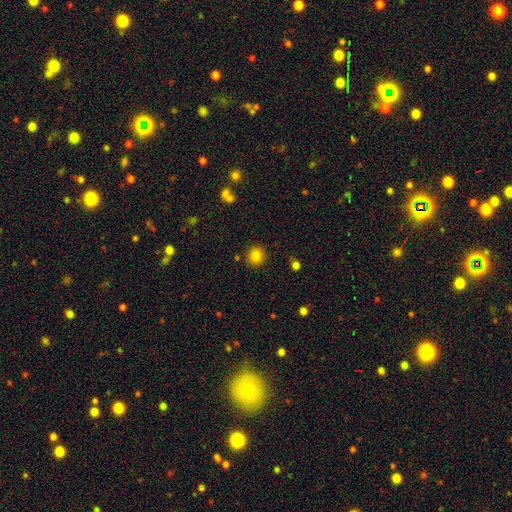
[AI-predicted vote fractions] Morphology: type=smooth (84%); roundness=round (86%); merging=none (88%).